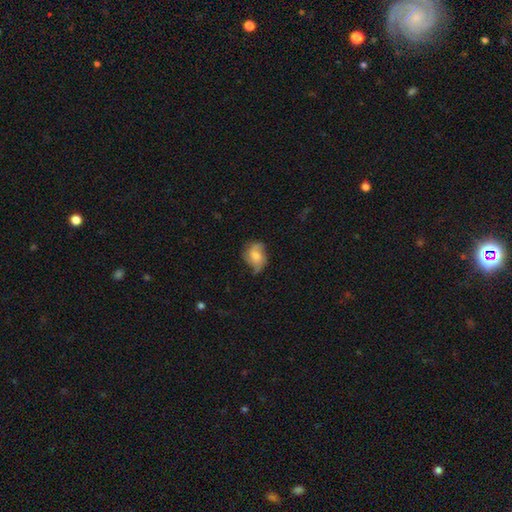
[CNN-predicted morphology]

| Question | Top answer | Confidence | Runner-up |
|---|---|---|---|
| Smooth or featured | featured or disk | 50% | smooth (42%) |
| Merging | none | 50% | minor disturbance (31%) |